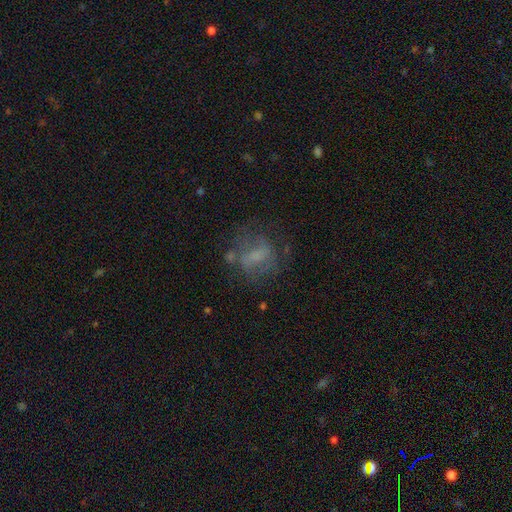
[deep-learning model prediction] Smooth or featured? featured or disk (48%)
Merging? none (53%)